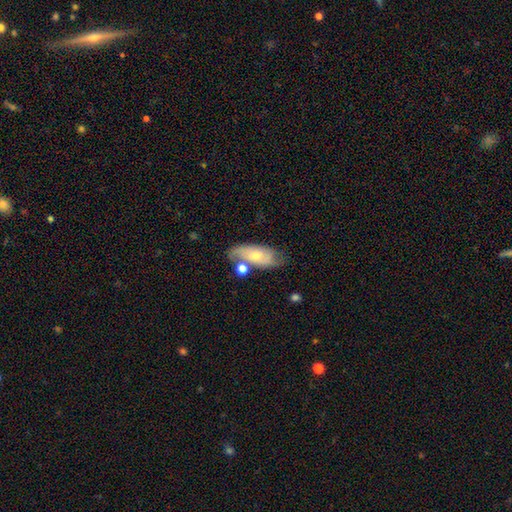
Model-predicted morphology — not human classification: Smooth or featured? smooth (47%)
Merging? none (51%)